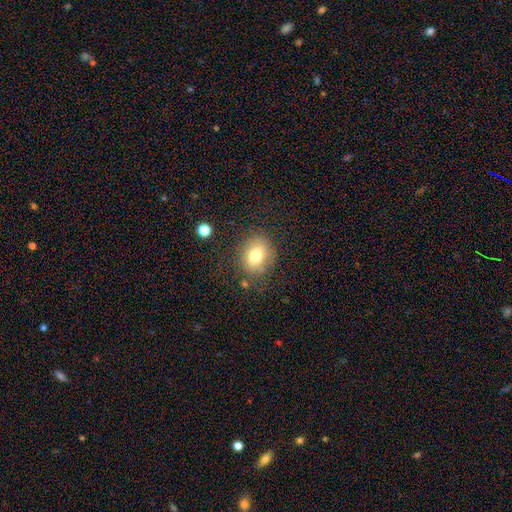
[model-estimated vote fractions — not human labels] Smooth or featured?
  - smooth: 76% *
  - featured or disk: 13%
  - star or artifact: 11%
How rounded?
  - round: 58% *
  - in between: 41%
  - cigar-shaped: 1%
Merging?
  - none: 77% *
  - minor disturbance: 14%
  - major disturbance: 6%
  - merger: 3%